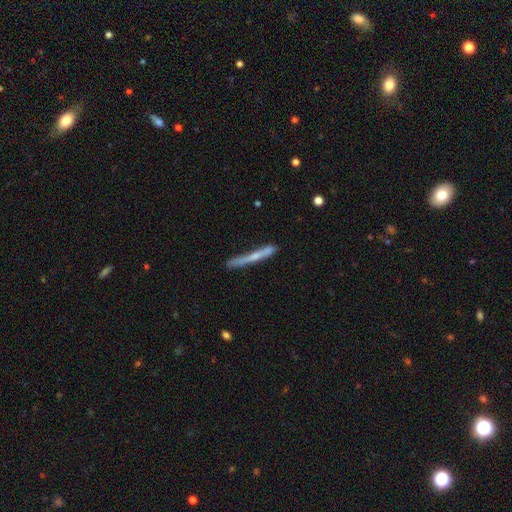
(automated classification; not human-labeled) The model was most divided on "smooth or featured": featured or disk: 49%, smooth: 44%, star or artifact: 7%. More confident: merging — none (70%).